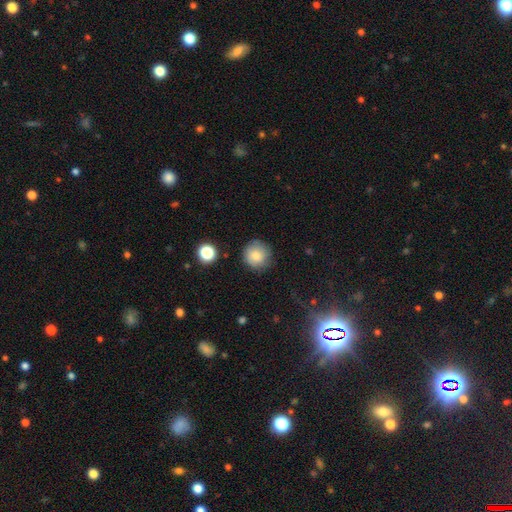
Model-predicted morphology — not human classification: type=smooth (78%); roundness=round (92%); merging=none (81%).